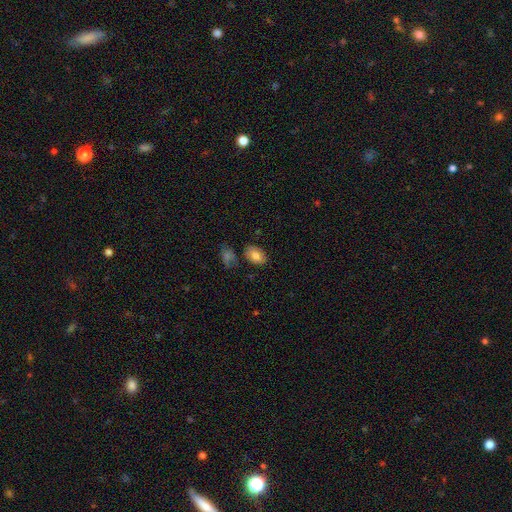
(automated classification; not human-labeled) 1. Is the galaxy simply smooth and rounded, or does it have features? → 79% smooth, 13% featured or disk, 7% star or artifact.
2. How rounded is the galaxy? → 89% in between, 10% round, 1% cigar-shaped.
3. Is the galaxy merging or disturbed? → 78% none, 14% minor disturbance, 5% merger, 3% major disturbance.